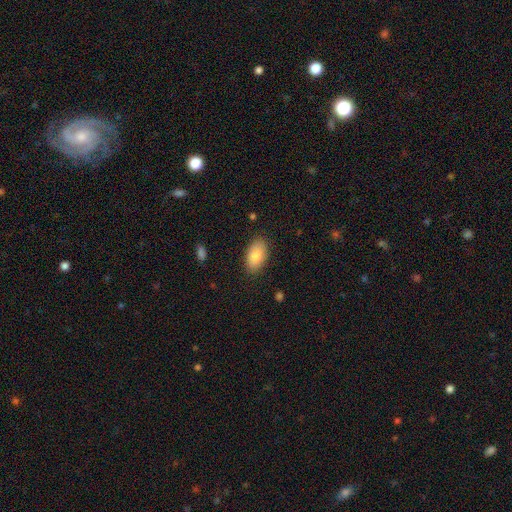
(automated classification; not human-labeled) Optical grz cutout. It shows a smooth galaxy with no disk features (85%) that is in between round and cigar-shaped (94%). Merging: none (85%).